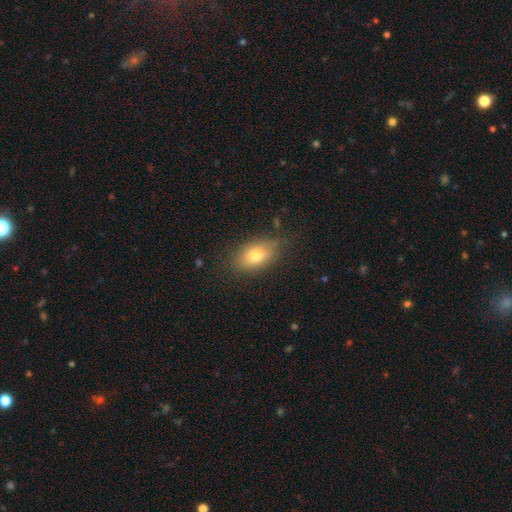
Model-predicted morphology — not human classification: smooth_or_featured: smooth (p=0.77) [alt: featured or disk p=0.14]
how_rounded: in between (p=0.86) [alt: round p=0.09]
merging: none (p=0.78) [alt: minor disturbance p=0.16]